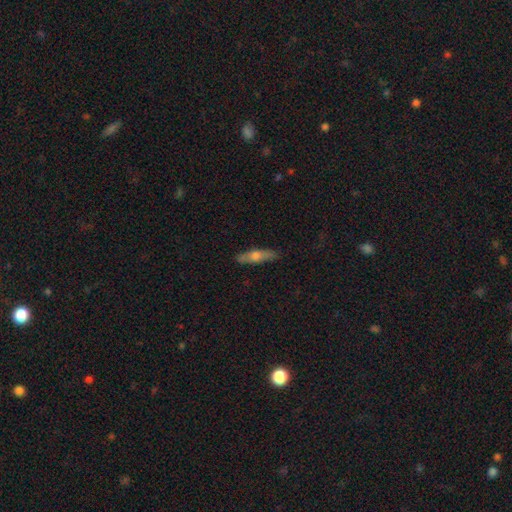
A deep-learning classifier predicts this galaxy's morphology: type=smooth (49%); merging=none (86%).